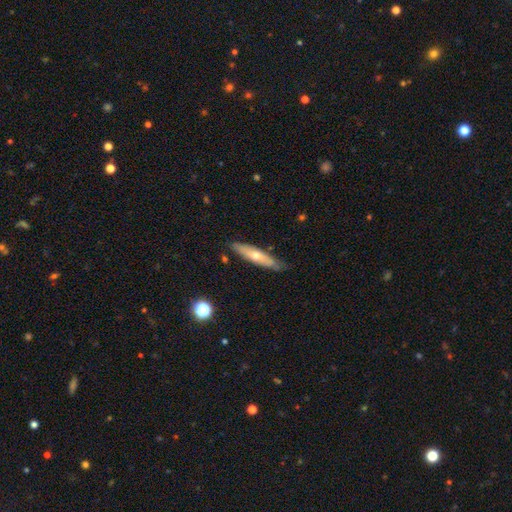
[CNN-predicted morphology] Q: Smooth or featured?
A: smooth (47%); tied with: featured or disk (47%)
Q: Merging?
A: none (79%); runner-up: minor disturbance (17%)